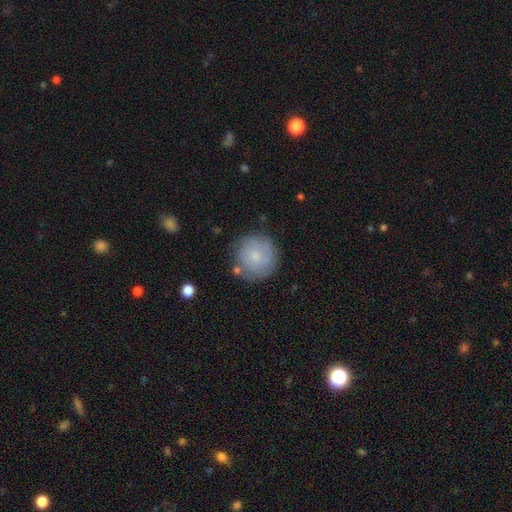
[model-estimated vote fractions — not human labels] smooth 63%, featured or disk 30%, star or artifact 7%. Down the decision tree: how rounded — round (95%); merging — none (77%).